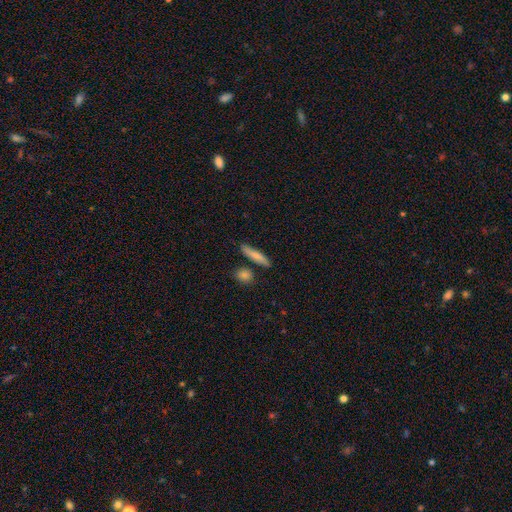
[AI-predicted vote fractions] Smooth or featured? smooth (76%)
How rounded? cigar-shaped (82%)
Merging? none (82%)